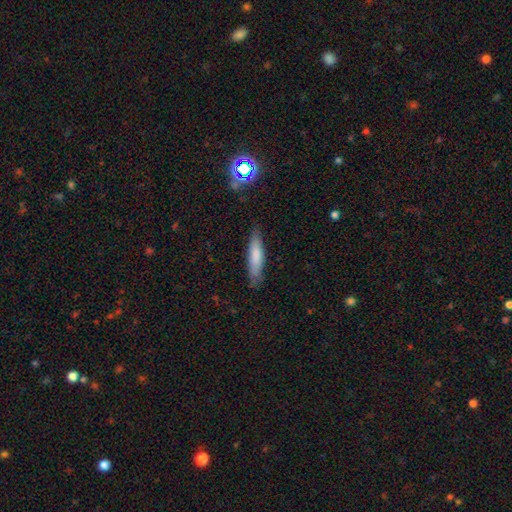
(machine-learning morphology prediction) Smooth or featured?
  - smooth: 75% *
  - featured or disk: 18%
  - star or artifact: 7%
How rounded?
  - cigar-shaped: 76% *
  - in between: 23%
  - round: 1%
Merging?
  - none: 81% *
  - minor disturbance: 14%
  - major disturbance: 3%
  - merger: 1%